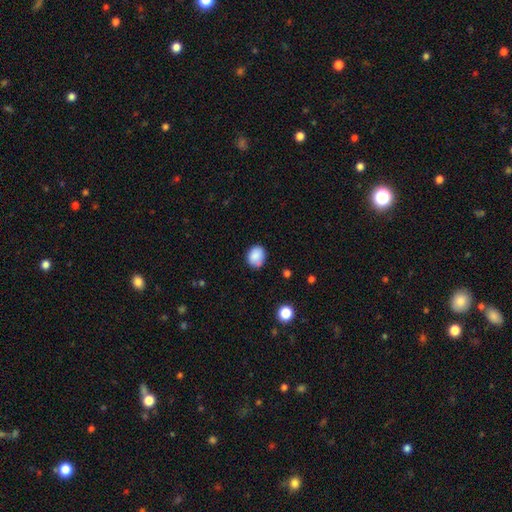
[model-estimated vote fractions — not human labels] Morphology: type=smooth (86%); roundness=round (59%); merging=none (75%).